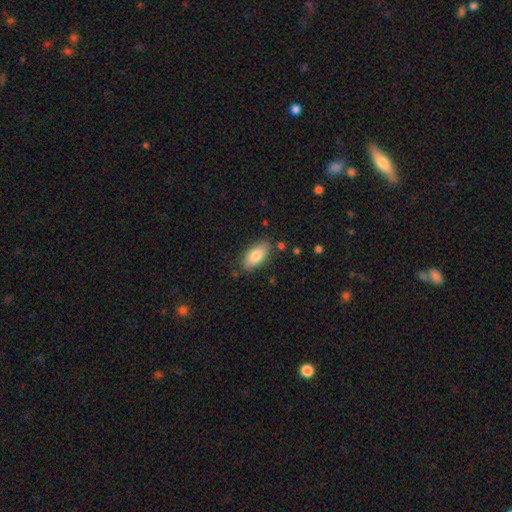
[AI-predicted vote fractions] A smooth galaxy with no disk features (81%) that is in between round and cigar-shaped (90%).

Vote fractions:
- Smooth or featured? smooth: 81% / featured or disk: 13% / star or artifact: 7%
- How rounded? in between: 90% / cigar-shaped: 7% / round: 3%
- Merging? none: 80% / minor disturbance: 14% / major disturbance: 3% / merger: 2%